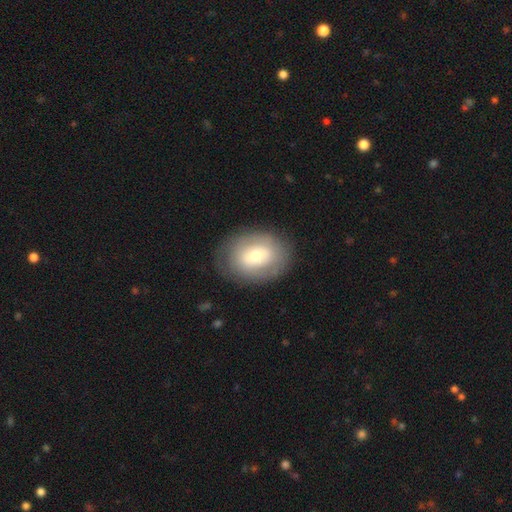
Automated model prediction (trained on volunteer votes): Smooth or featured?
  - smooth: 55% *
  - featured or disk: 38%
  - star or artifact: 8%
How rounded?
  - in between: 62% *
  - round: 37%
  - cigar-shaped: 1%
Merging?
  - none: 81% *
  - minor disturbance: 12%
  - major disturbance: 5%
  - merger: 1%